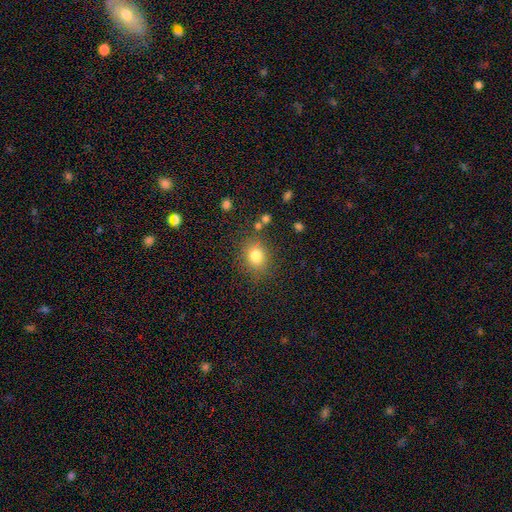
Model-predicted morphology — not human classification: Smooth or featured? smooth (80%)
How rounded? round (61%)
Merging? none (79%)